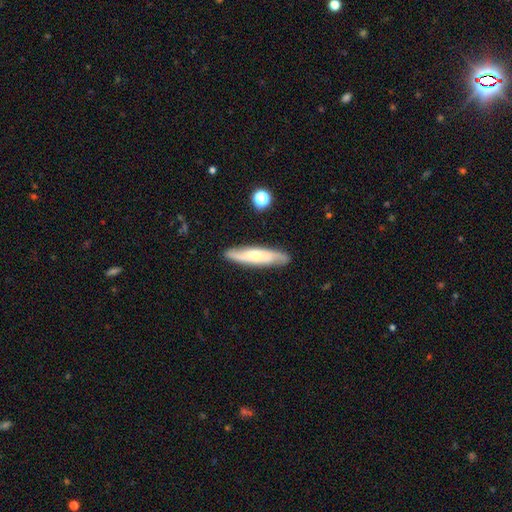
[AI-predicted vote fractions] Overall: featured or disk (53%; smooth 41%). Edge-on disk: no (51%; yes 49%). Merging: none (86%).